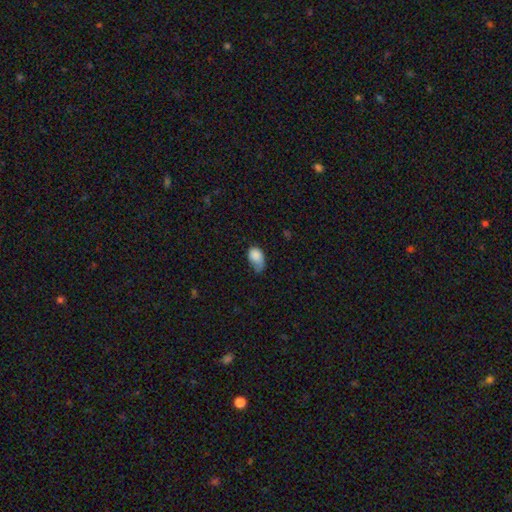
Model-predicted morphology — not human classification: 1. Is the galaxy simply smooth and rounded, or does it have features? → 84% smooth, 8% featured or disk, 7% star or artifact.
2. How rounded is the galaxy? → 85% in between, 14% round, 1% cigar-shaped.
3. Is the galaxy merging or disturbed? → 45% minor disturbance, 30% none, 22% major disturbance, 3% merger.